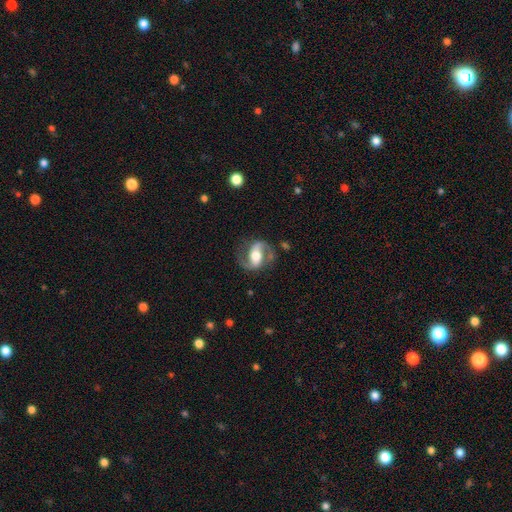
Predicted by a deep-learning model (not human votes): This appears to be a featured or disk galaxy (84%) with a strong bar (44%), 2 (92%) medium (54%) spiral arms (94%) and a moderate central bulge (63%). Merging: none (76%).